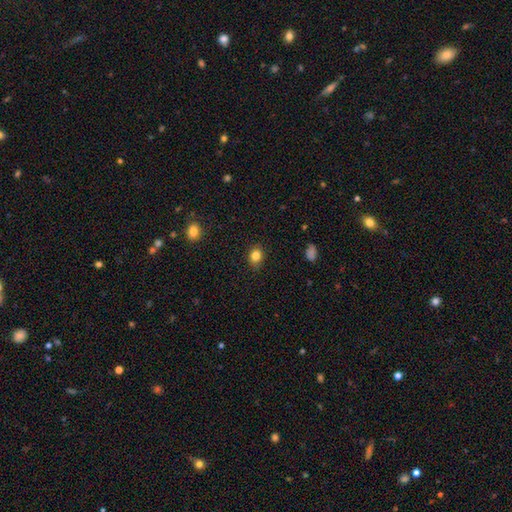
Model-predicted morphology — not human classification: type=smooth (84%); roundness=round (51%); merging=none (86%).